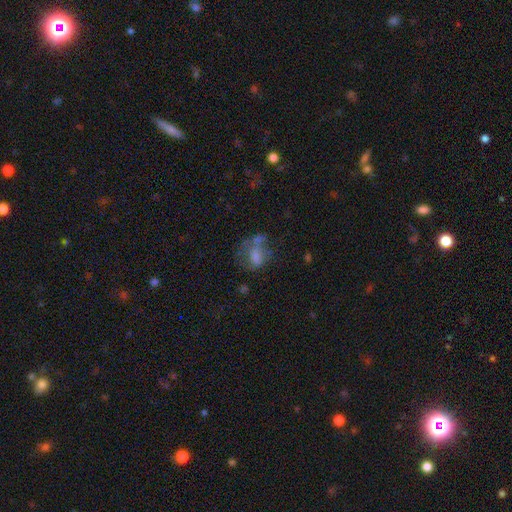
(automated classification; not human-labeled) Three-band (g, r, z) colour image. It shows a smooth galaxy with no disk features (48%). Merging: none (32%, tied with major disturbance).